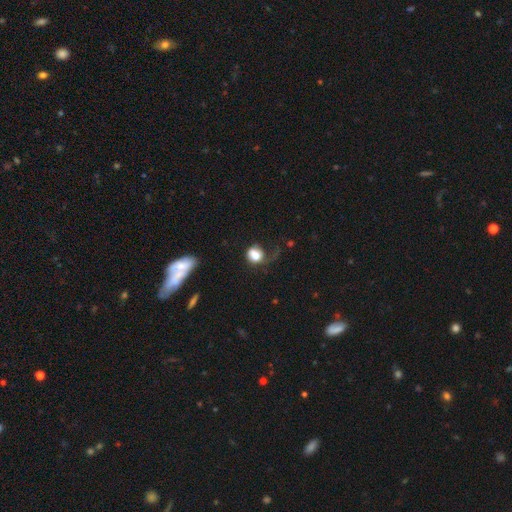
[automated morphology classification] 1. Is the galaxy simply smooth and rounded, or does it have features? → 68% smooth, 22% featured or disk, 10% star or artifact.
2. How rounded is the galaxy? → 64% round, 35% in between, 1% cigar-shaped.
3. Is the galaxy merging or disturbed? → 43% major disturbance, 30% none, 22% minor disturbance, 5% merger.